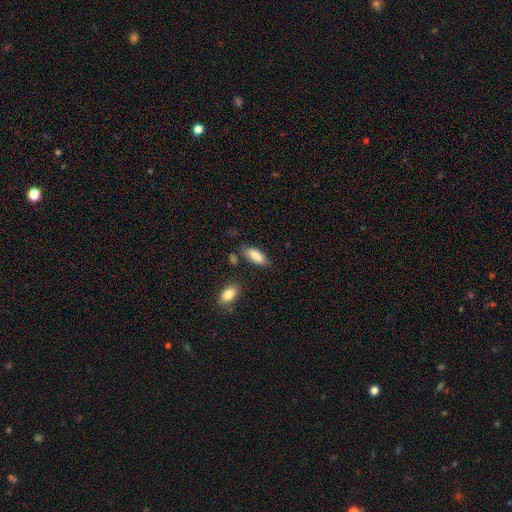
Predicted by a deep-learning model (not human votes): smooth_or_featured: smooth (p=0.82) [alt: featured or disk p=0.12]
how_rounded: in between (p=0.74) [alt: cigar-shaped p=0.24]
merging: none (p=0.71) [alt: minor disturbance p=0.20]